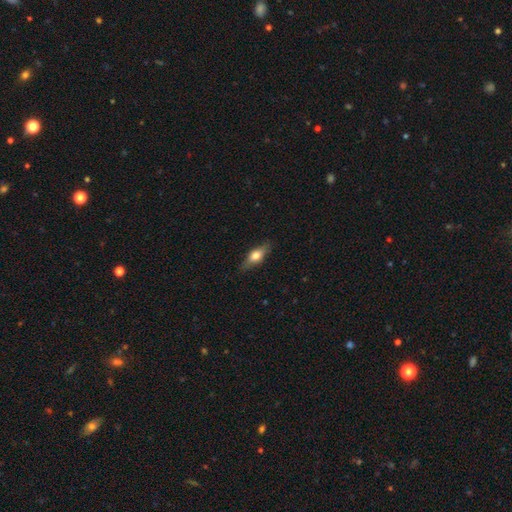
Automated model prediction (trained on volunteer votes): Smooth or featured? Predicted: smooth (p=0.53). How rounded? Predicted: in between (p=0.57). Merging? Predicted: none (p=0.82).